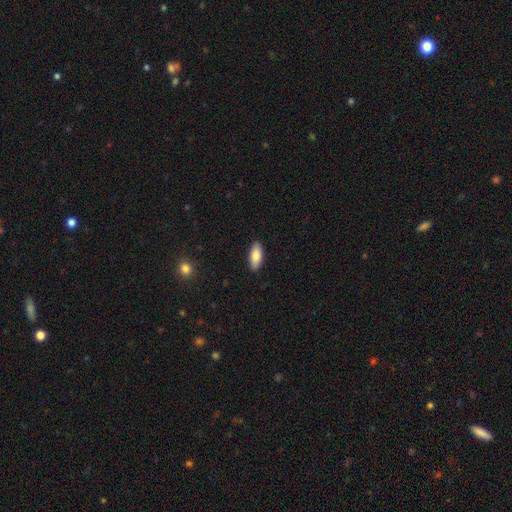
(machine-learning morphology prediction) Smooth or featured? smooth (83%)
How rounded? in between (84%)
Merging? none (90%)